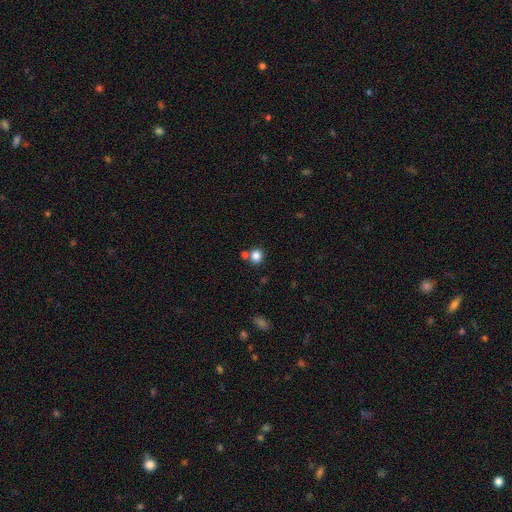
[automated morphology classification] Overall: smooth (83%). How rounded: round (85%). Merging: none (70%).